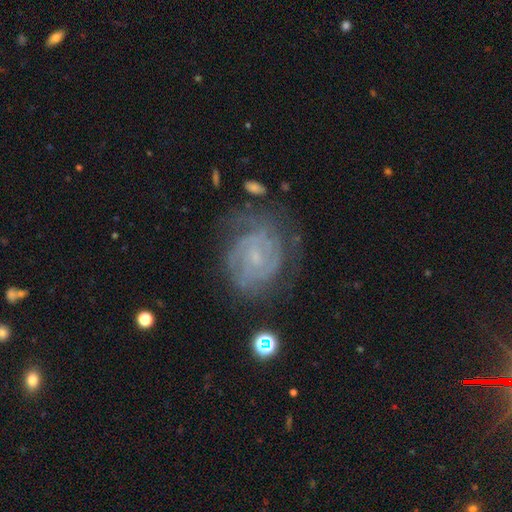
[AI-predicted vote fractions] Smooth or featured? Predicted: featured or disk (p=0.81). Edge-on disk? Predicted: no (p=0.98). Bar? Predicted: no (p=0.56). Spiral arms? Predicted: yes (p=0.94). Spiral winding? Predicted: tight (p=0.66). Spiral arm count? Predicted: 2 (p=0.36). Bulge size? Predicted: small (p=0.72). Merging? Predicted: none (p=0.66).